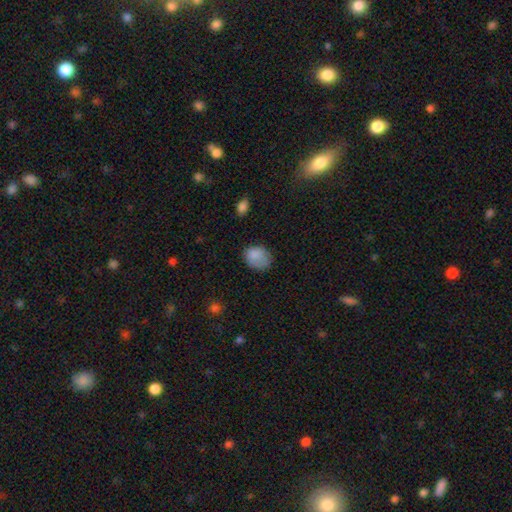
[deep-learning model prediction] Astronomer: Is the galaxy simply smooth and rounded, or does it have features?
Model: smooth — 84%.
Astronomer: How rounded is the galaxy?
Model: in between — 50% (runner-up: round, 49%).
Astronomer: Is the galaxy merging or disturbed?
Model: none — 62%.